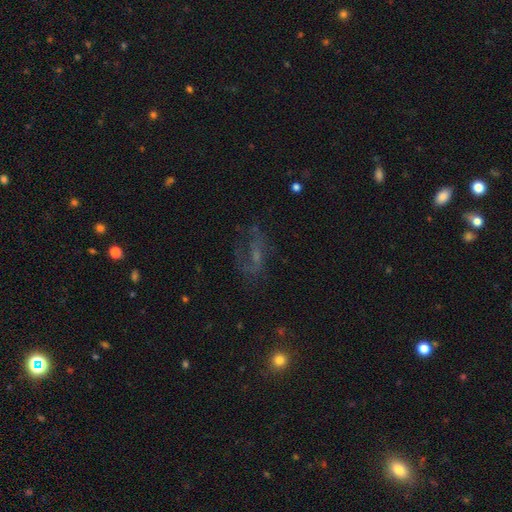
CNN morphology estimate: type=featured or disk (54%); edge-on=no (94%); bar=no (54%); spiral arms=yes (61%); bulge=small (46%); merging=none (50%).